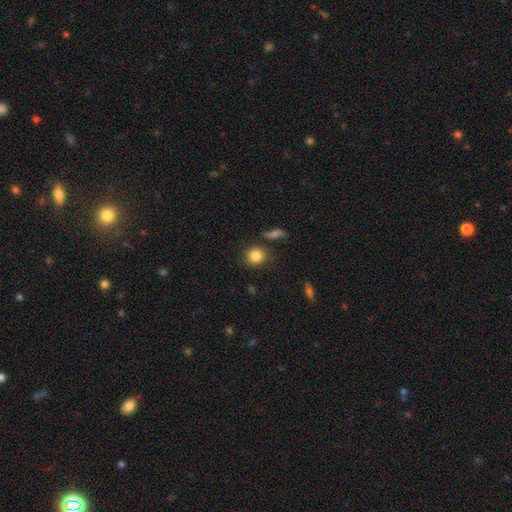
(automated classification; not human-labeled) smooth_or_featured: smooth (p=0.84) [alt: star or artifact p=0.10]
how_rounded: round (p=0.87) [alt: in between p=0.12]
merging: none (p=0.83) [alt: minor disturbance p=0.10]